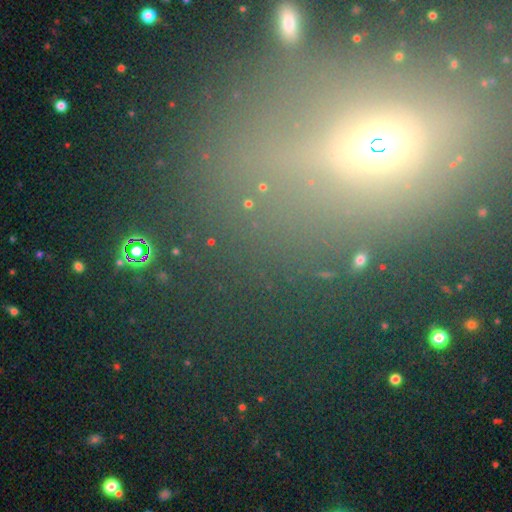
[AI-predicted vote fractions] star or artifact 55%, smooth 30%, featured or disk 15%.